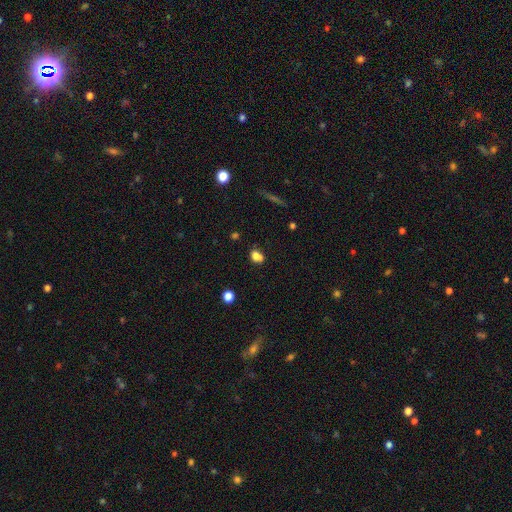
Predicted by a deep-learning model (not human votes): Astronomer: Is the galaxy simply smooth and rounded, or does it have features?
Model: smooth — 79%.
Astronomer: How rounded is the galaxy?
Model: in between — 60% (runner-up: round, 38%).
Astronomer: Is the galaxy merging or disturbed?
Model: none — 54%.